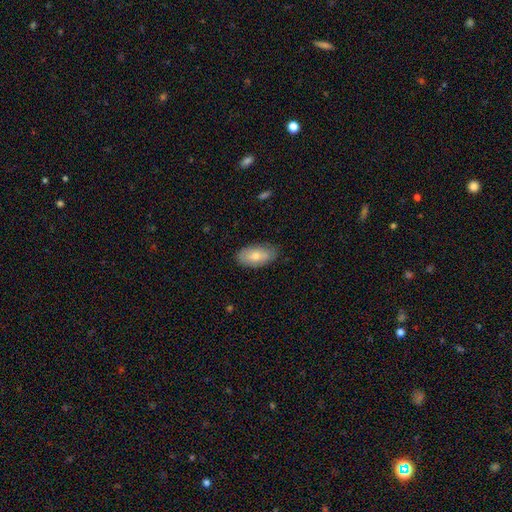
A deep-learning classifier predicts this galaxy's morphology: The model was most divided on "smooth or featured": smooth: 68%, featured or disk: 25%, star or artifact: 7%. More confident: how rounded — in between (93%); merging — none (83%).